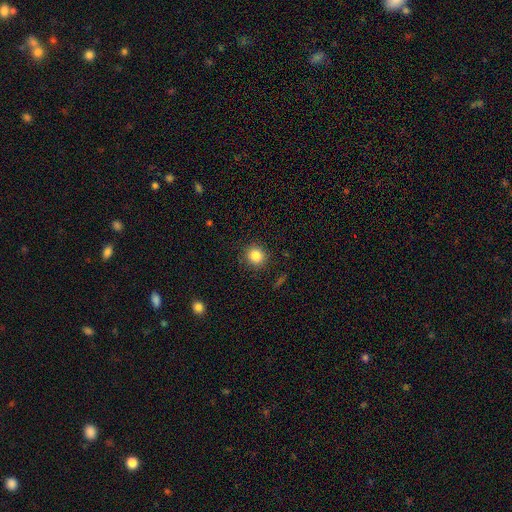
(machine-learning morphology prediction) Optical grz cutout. It shows a smooth galaxy with no disk features (84%) that is round (88%). Merging: none (88%).